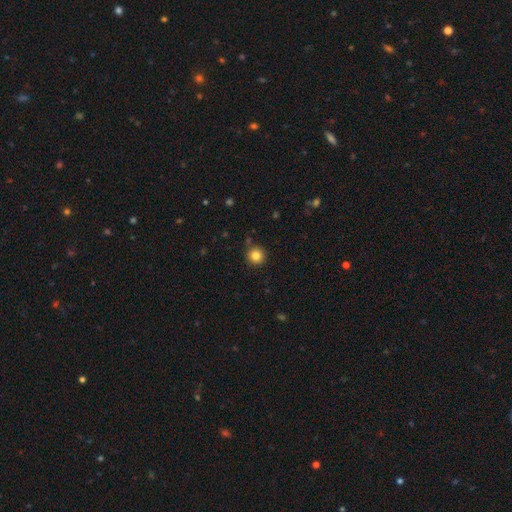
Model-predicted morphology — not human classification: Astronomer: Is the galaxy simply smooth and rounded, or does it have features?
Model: smooth — 83%.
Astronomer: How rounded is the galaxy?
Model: round — 95%.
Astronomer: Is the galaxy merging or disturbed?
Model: none — 90%.